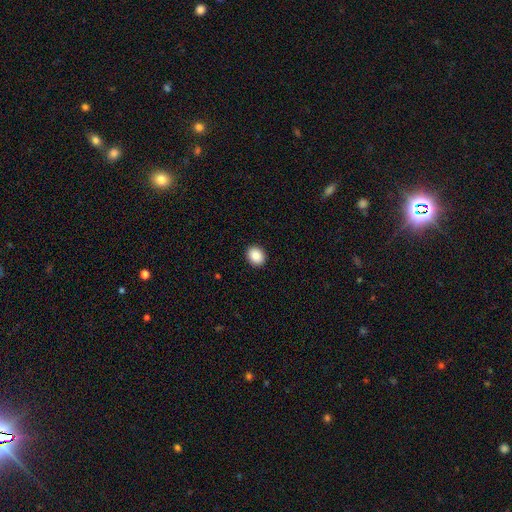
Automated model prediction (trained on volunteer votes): This appears to be a smooth galaxy with no disk features (88%) that is in between round and cigar-shaped (51%). Merging: none (92%).